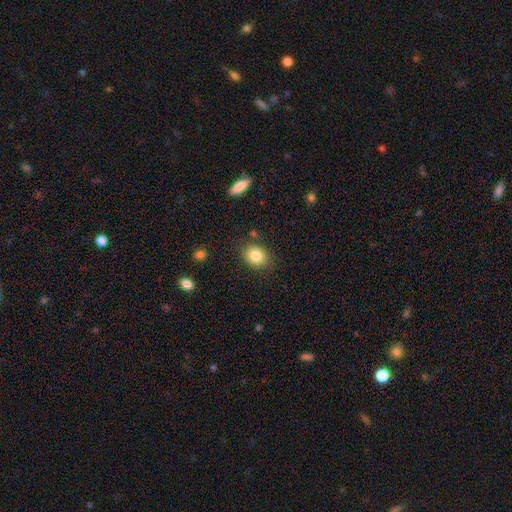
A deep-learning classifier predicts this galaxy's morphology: smooth-or-featured: smooth: 84% | star or artifact: 9% | featured or disk: 8%
  how-rounded: in between: 52% | round: 47% | cigar-shaped: 1%
  merging: none: 83% | minor disturbance: 11% | major disturbance: 3% | merger: 3%